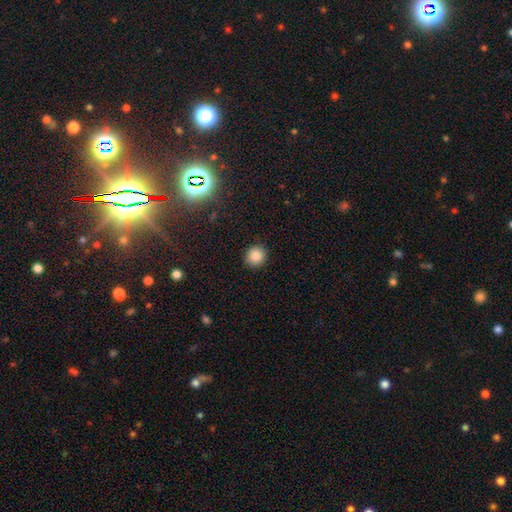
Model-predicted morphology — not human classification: Smooth or featured: smooth — 86% (star or artifact — 10%)
How rounded: round — 86% (in between — 13%)
Merging: none — 91% (minor disturbance — 6%)